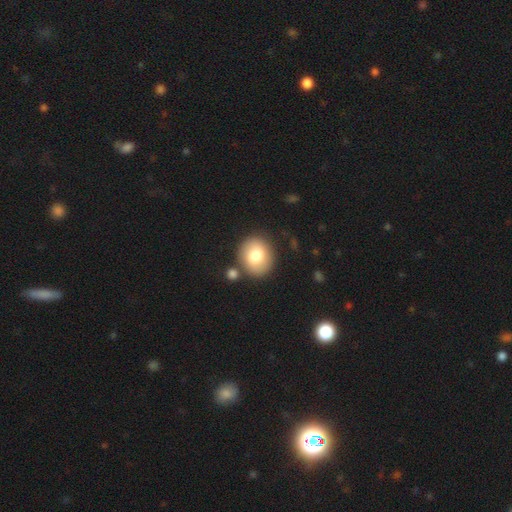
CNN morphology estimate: This appears to be a smooth galaxy with no disk features (76%) that is round (78%). Merging: none (79%).